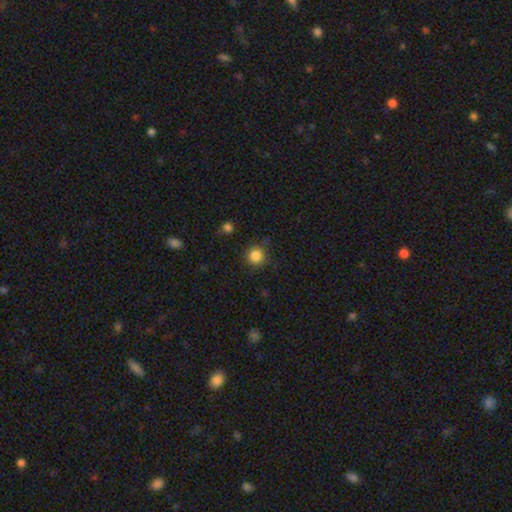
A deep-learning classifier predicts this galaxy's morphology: The model was most divided on "merging": none: 82%, minor disturbance: 12%, major disturbance: 4%, merger: 2%. More confident: how rounded — round (94%); smooth or featured — smooth (85%).